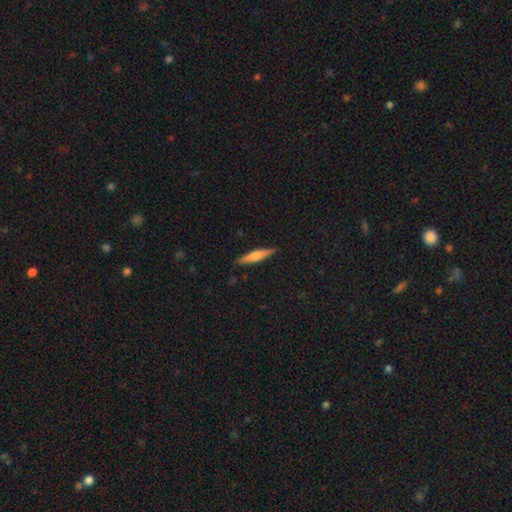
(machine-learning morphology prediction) smooth-or-featured: smooth: 54% | featured or disk: 41% | star or artifact: 6%
  how-rounded: cigar-shaped: 88% | in between: 11% | round: 2%
  merging: none: 90% | minor disturbance: 7% | major disturbance: 2% | merger: 1%